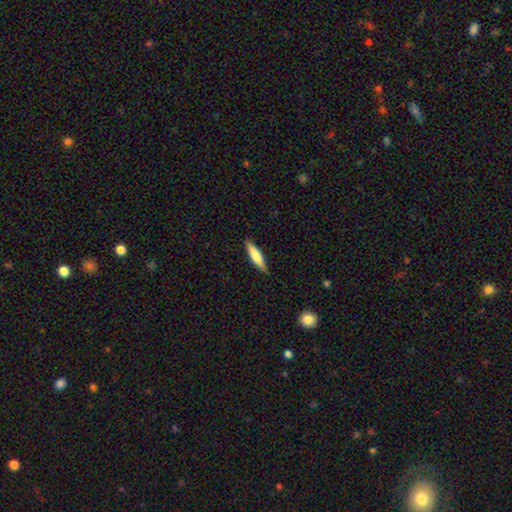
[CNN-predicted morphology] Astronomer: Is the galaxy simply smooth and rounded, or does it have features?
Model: smooth — 69%.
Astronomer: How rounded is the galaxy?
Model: cigar-shaped — 78%.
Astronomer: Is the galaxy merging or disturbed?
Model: none — 86%.